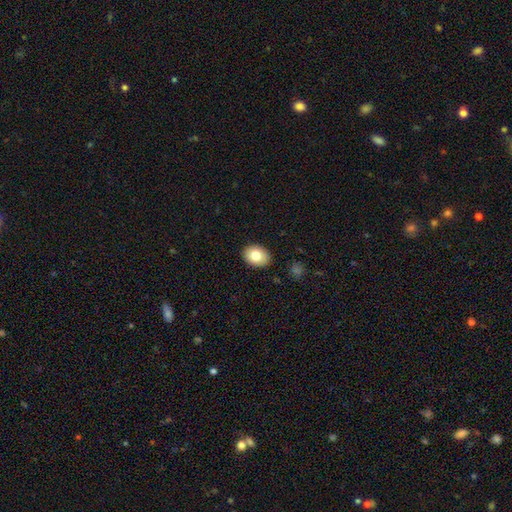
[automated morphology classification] Smooth or featured? smooth (79%)
How rounded? in between (65%)
Merging? none (89%)